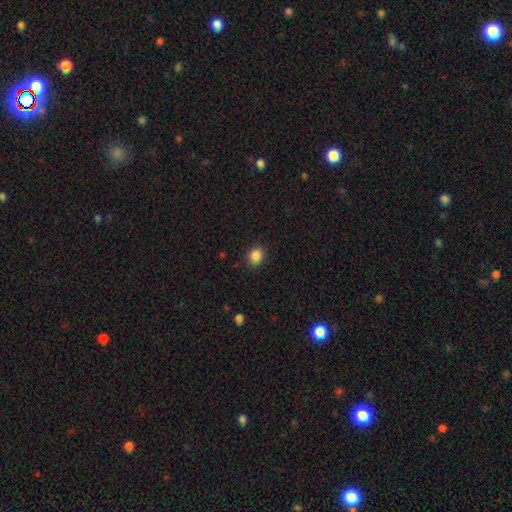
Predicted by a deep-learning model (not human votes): A smooth galaxy with no disk features (86%) that is round (77%).

Vote fractions:
- Smooth or featured? smooth: 86% / star or artifact: 11% / featured or disk: 4%
- How rounded? round: 77% / in between: 22% / cigar-shaped: 1%
- Merging? none: 89% / minor disturbance: 8% / major disturbance: 2% / merger: 1%